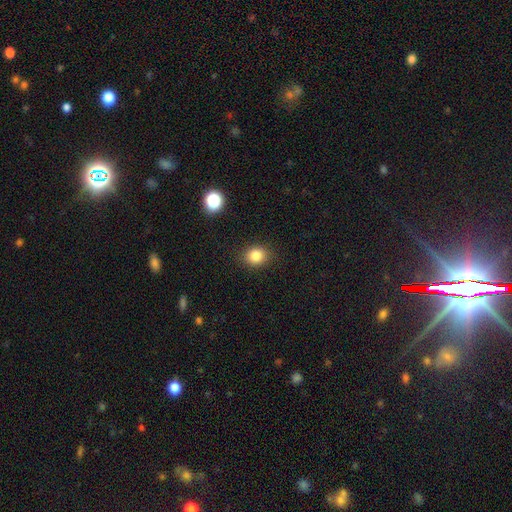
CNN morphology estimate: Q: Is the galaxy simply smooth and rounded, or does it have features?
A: smooth — 83%.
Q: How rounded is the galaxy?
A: round — 69%.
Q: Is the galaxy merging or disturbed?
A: none — 87%.